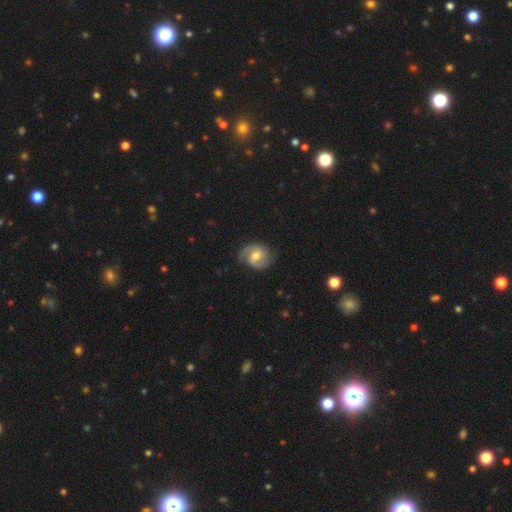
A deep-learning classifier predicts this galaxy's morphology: Smooth or featured? Predicted: featured or disk (p=0.79). Edge-on disk? Predicted: no (p=0.98). Bar? Predicted: weak (p=0.52). Spiral arms? Predicted: yes (p=0.96). Spiral winding? Predicted: medium (p=0.51). Spiral arm count? Predicted: 2 (p=0.87). Bulge size? Predicted: moderate (p=0.64). Merging? Predicted: none (p=0.77).